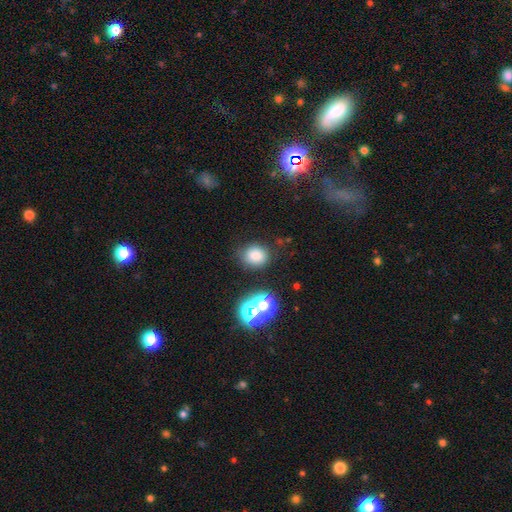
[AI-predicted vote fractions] A smooth galaxy with no disk features (74%) that is round (67%).

Vote fractions:
- Smooth or featured? smooth: 74% / star or artifact: 18% / featured or disk: 8%
- How rounded? round: 67% / in between: 32% / cigar-shaped: 1%
- Merging? none: 77% / minor disturbance: 14% / major disturbance: 4% / merger: 4%